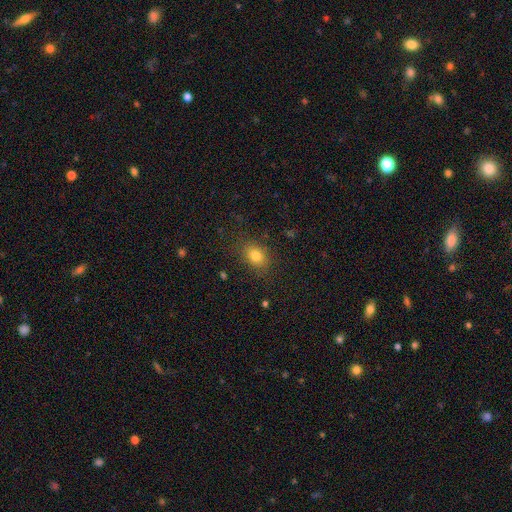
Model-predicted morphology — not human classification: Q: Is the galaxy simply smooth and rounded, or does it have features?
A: smooth — 80%.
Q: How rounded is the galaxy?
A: in between — 69%.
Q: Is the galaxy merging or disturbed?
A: none — 83%.